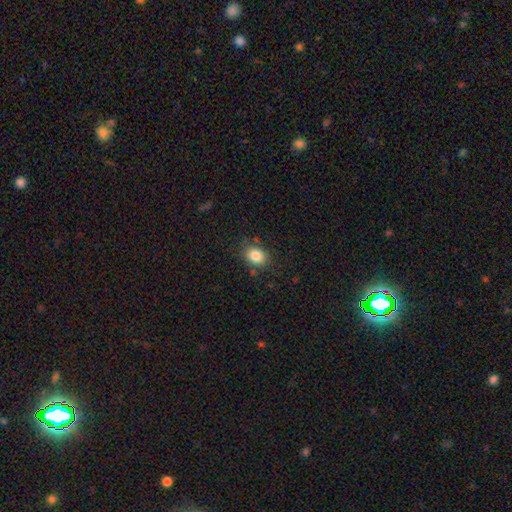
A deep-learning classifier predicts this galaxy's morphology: Smooth or featured? smooth (84%)
How rounded? in between (51%)
Merging? none (79%)